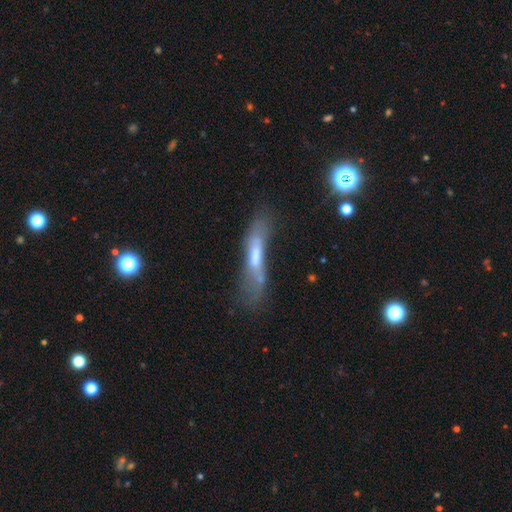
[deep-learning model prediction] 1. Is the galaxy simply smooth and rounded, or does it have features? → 45% smooth (tied), 45% featured or disk (tied), 10% star or artifact.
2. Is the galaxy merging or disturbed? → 39% none, 28% major disturbance, 25% minor disturbance, 8% merger.